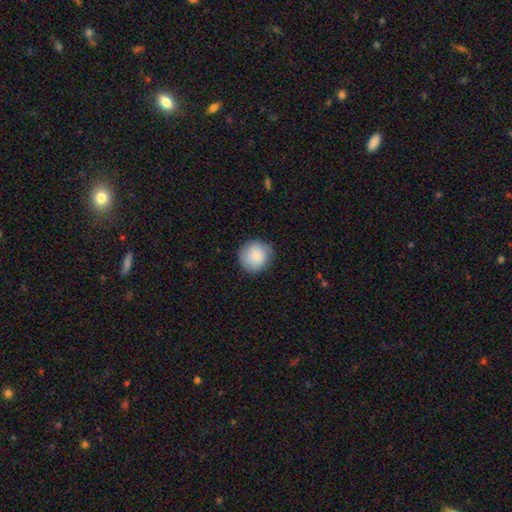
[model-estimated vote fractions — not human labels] Q: Smooth or featured?
A: smooth (86%); runner-up: featured or disk (7%)
Q: How rounded?
A: round (92%); runner-up: in between (7%)
Q: Merging?
A: none (84%); runner-up: minor disturbance (12%)